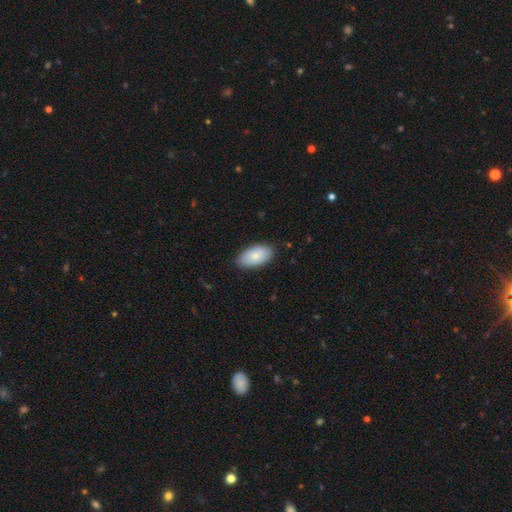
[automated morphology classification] This is clearly a smooth galaxy (80%). How rounded: clearly in between (95%). Merging: clearly none (84%).